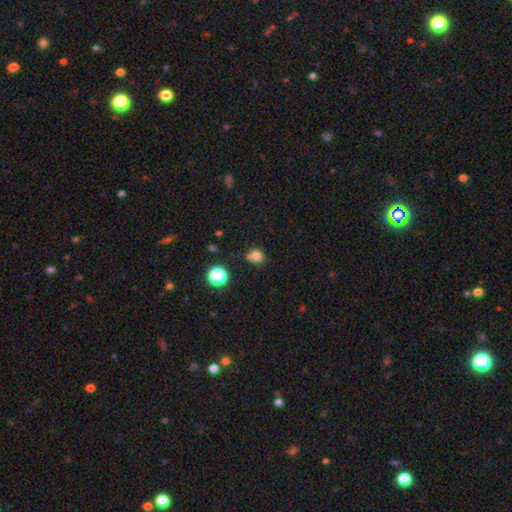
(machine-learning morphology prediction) smooth 77%, star or artifact 15%, featured or disk 8%. Down the decision tree: how rounded — round (79%); merging — none (61%).